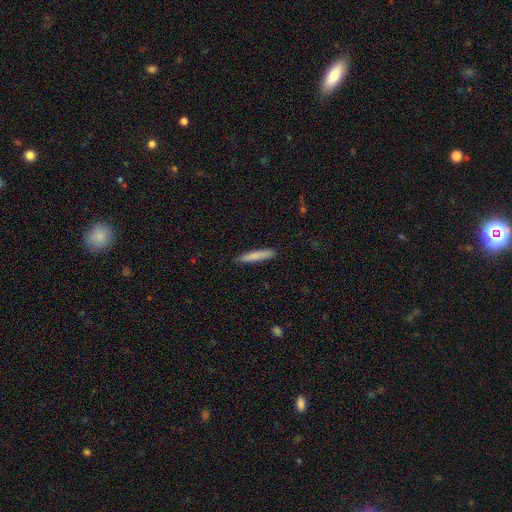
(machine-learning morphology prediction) A smooth galaxy with no disk features (80%) that is cigar-shaped (92%).

Vote fractions:
- Smooth or featured? smooth: 80% / featured or disk: 15% / star or artifact: 6%
- How rounded? cigar-shaped: 92% / in between: 7% / round: 1%
- Merging? none: 89% / minor disturbance: 8% / major disturbance: 2% / merger: 1%